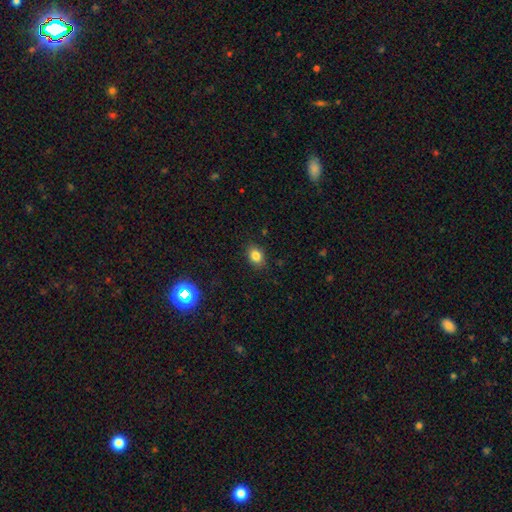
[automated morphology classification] Smooth or featured? smooth (82%)
How rounded? in between (58%)
Merging? none (86%)